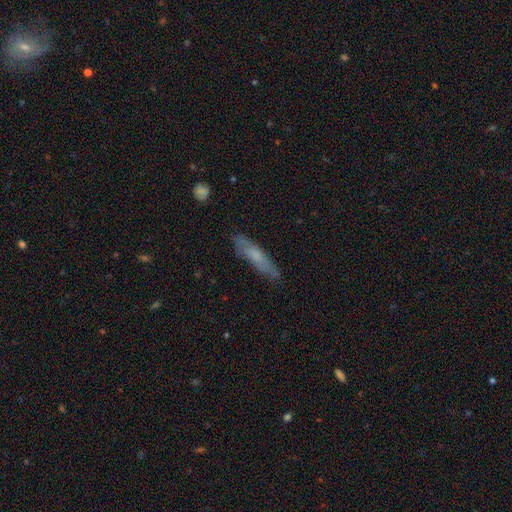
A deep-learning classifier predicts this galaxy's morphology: This is possibly a smooth galaxy (53%). How rounded: clearly cigar-shaped (82%). Merging: likely none (80%).